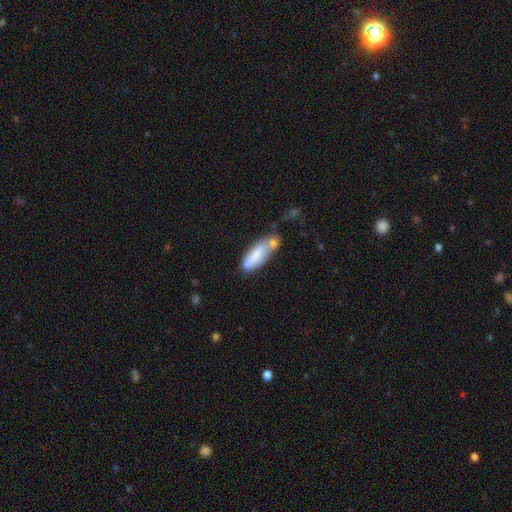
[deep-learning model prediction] A smooth galaxy with no disk features (73%) that is in between round and cigar-shaped (54%).

Vote fractions:
- Smooth or featured? smooth: 73% / featured or disk: 20% / star or artifact: 7%
- How rounded? in between: 54% / cigar-shaped: 44% / round: 2%
- Merging? none: 39% / merger: 34% / minor disturbance: 21% / major disturbance: 7%